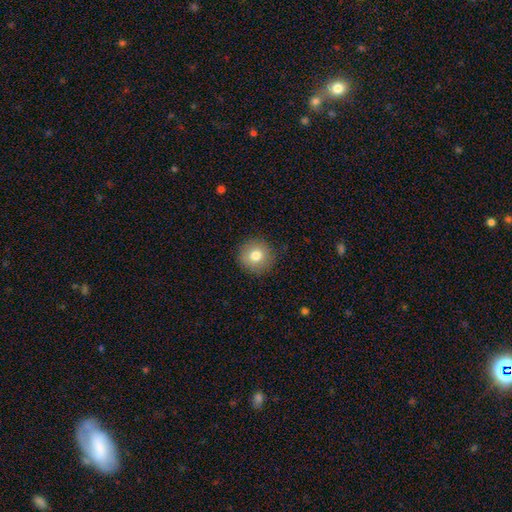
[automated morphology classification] Overall: smooth (79%). How rounded: round (94%). Merging: none (88%).